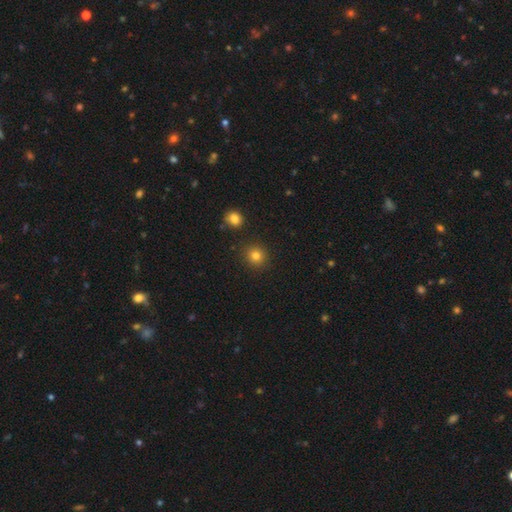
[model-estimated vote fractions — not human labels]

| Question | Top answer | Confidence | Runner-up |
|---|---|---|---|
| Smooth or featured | smooth | 82% | star or artifact (13%) |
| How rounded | round | 91% | in between (8%) |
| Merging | none | 90% | minor disturbance (6%) |